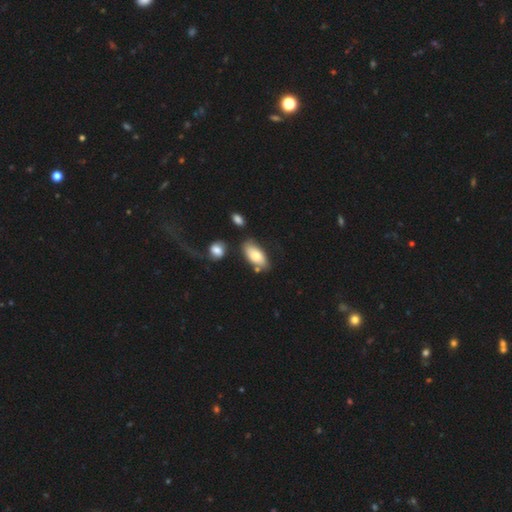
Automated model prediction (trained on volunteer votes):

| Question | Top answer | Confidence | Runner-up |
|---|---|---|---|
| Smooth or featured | smooth | 75% | featured or disk (18%) |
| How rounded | in between | 91% | cigar-shaped (6%) |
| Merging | none | 65% | minor disturbance (18%) |